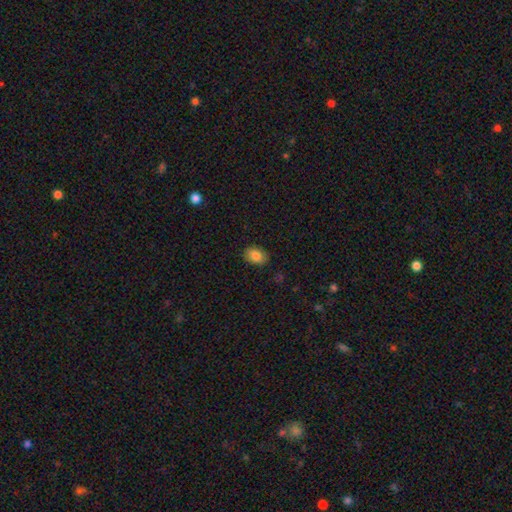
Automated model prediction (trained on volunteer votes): Smooth or featured? smooth (84%)
How rounded? in between (81%)
Merging? none (87%)